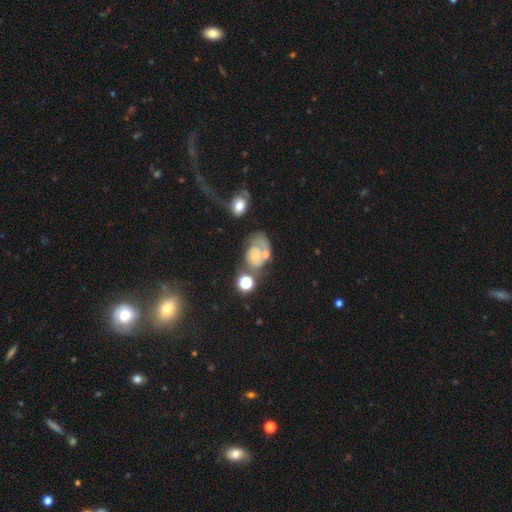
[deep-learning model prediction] Smooth or featured?
  - featured or disk: 64% *
  - smooth: 25%
  - star or artifact: 11%
Edge-on disk?
  - no: 97% *
  - yes: 3%
Bar?
  - no: 83% *
  - weak: 14%
  - strong: 3%
Spiral arms?
  - yes: 65% *
  - no: 35%
Bulge size?
  - small: 50% *
  - moderate: 39%
  - none: 5%
  - large: 4%
  - dominant: 2%
Merging?
  - none: 32% *
  - merger: 26%
  - major disturbance: 24%
  - minor disturbance: 18%